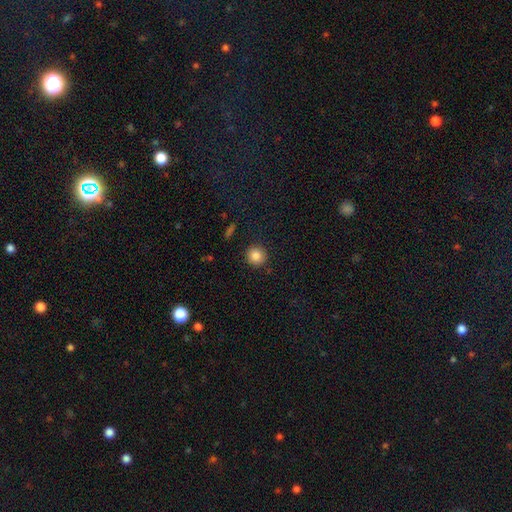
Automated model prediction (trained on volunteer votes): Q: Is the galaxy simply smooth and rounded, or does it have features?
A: smooth — 85%.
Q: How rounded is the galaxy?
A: round — 92%.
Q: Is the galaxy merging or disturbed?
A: none — 91%.